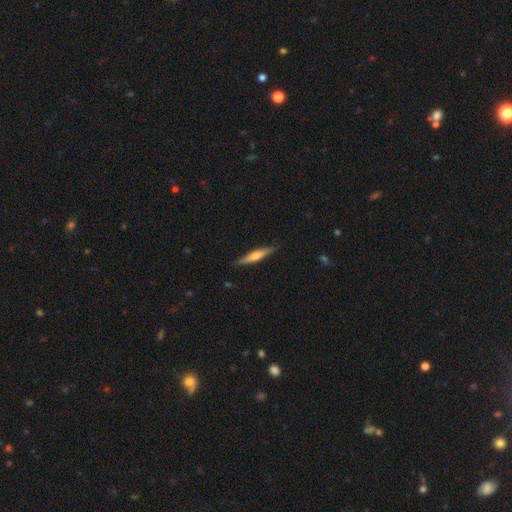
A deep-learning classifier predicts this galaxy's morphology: The model was most divided on "smooth or featured": featured or disk: 53%, smooth: 42%, star or artifact: 6%. More confident: edge-on disk — yes (95%); merging — none (87%); edge-on bulge — rounded (81%).